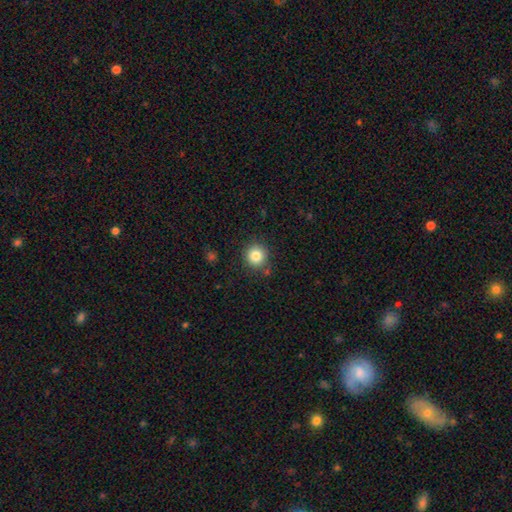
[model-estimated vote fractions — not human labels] This is clearly a smooth galaxy (83%). How rounded: clearly round (92%). Merging: clearly none (84%).